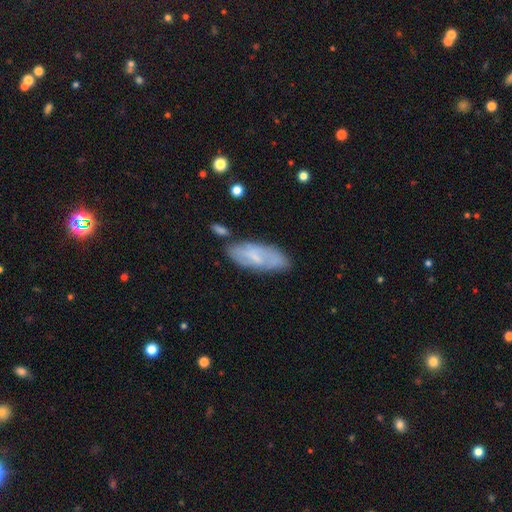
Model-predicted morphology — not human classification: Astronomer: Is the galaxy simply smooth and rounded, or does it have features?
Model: smooth — 53% (runner-up: featured or disk, 40%).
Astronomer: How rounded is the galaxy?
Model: in between — 73%.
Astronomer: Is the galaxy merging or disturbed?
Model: none — 69%.